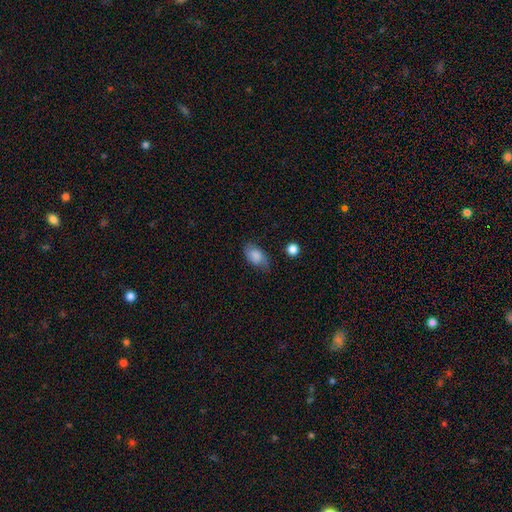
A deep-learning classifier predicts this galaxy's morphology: Smooth or featured: smooth — 78% (featured or disk — 14%)
How rounded: in between — 88% (round — 10%)
Merging: none — 66% (minor disturbance — 25%)